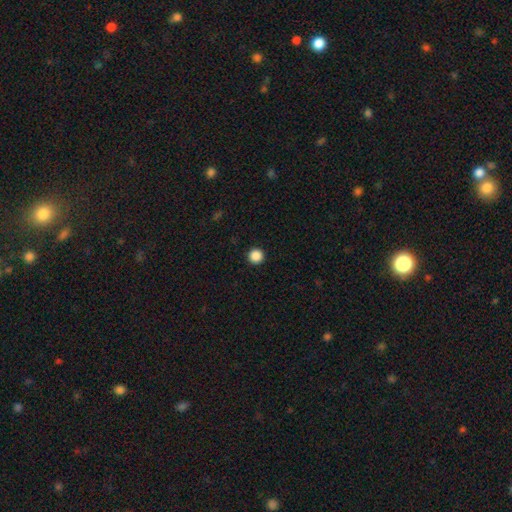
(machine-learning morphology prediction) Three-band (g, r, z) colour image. It shows a smooth galaxy with no disk features (88%) that is round (97%). Merging: none (94%).